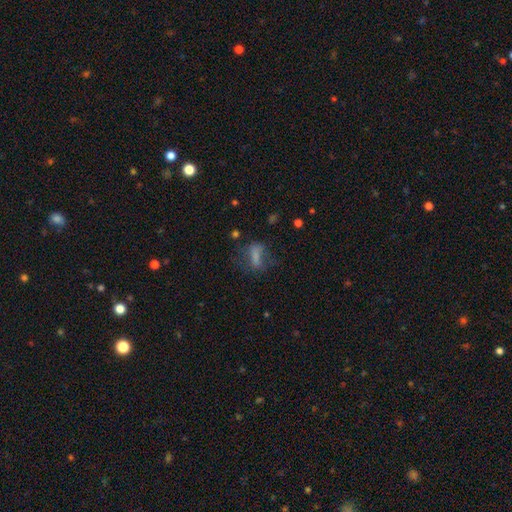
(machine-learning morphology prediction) type=smooth (61%); roundness=in between (63%); merging=none (43%).